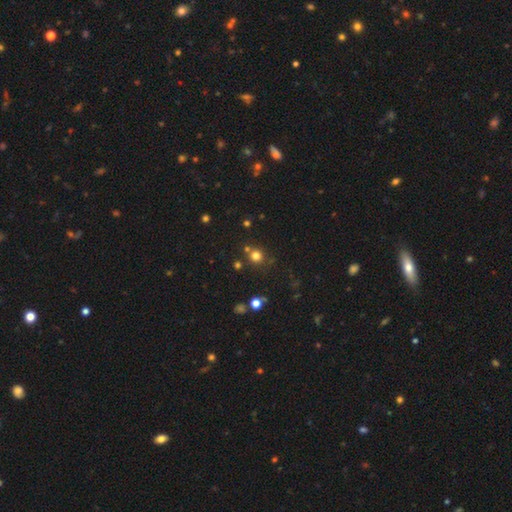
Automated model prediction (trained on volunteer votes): The model was most divided on "smooth or featured": smooth: 73%, star or artifact: 21%, featured or disk: 7%. More confident: how rounded — round (91%); merging — none (74%).